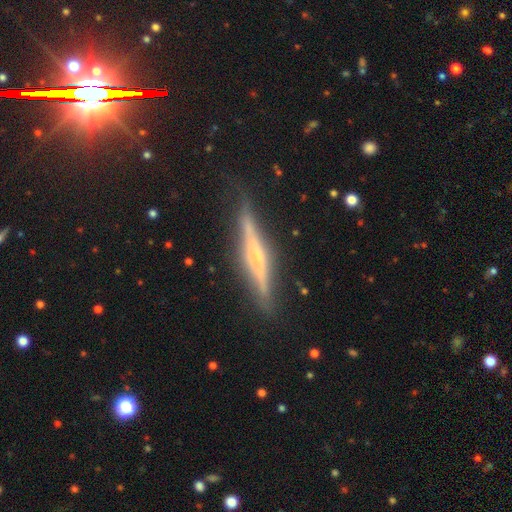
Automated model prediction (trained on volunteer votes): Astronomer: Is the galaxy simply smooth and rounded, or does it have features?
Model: featured or disk — 76%.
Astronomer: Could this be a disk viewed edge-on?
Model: yes — 97%.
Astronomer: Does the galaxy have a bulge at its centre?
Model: rounded — 54%.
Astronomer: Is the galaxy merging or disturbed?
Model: none — 86%.